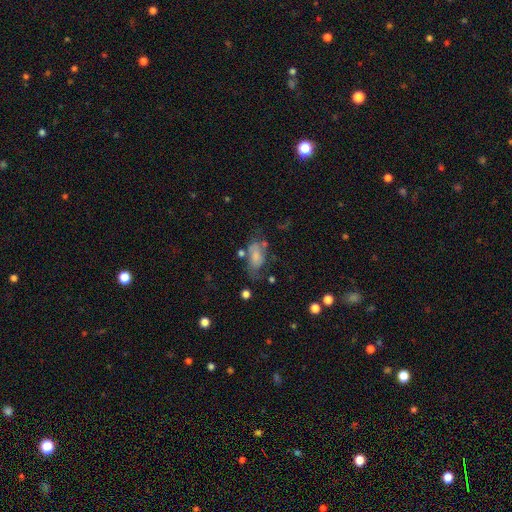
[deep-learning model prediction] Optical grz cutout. It shows a smooth galaxy with no disk features (61%) that is in between round and cigar-shaped (89%). Merging: none (37%).